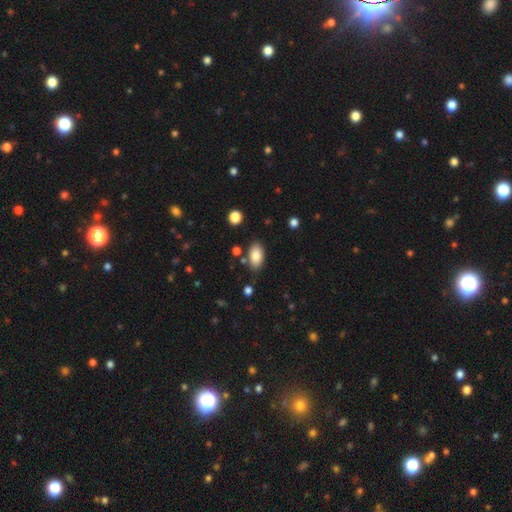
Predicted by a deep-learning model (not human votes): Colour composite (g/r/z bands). It shows a smooth galaxy with no disk features (84%) that is in between round and cigar-shaped (93%). Merging: none (80%).